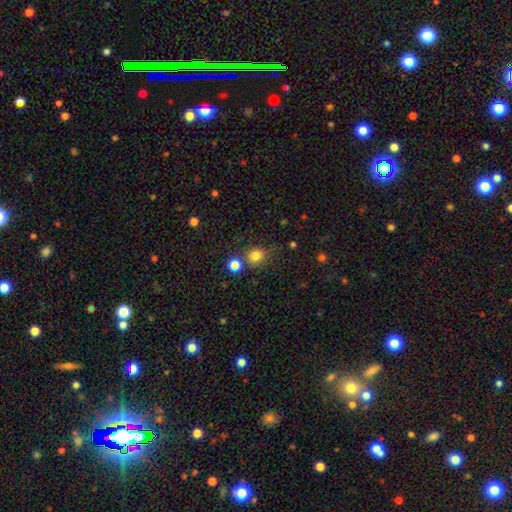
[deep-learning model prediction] Overall: smooth (80%). How rounded: round (81%). Merging: none (69%).